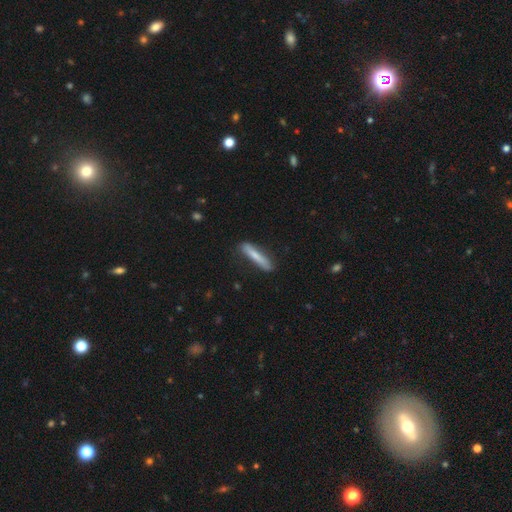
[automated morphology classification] smooth 73%, featured or disk 21%, star or artifact 6%. Down the decision tree: how rounded — cigar-shaped (91%); merging — none (81%).